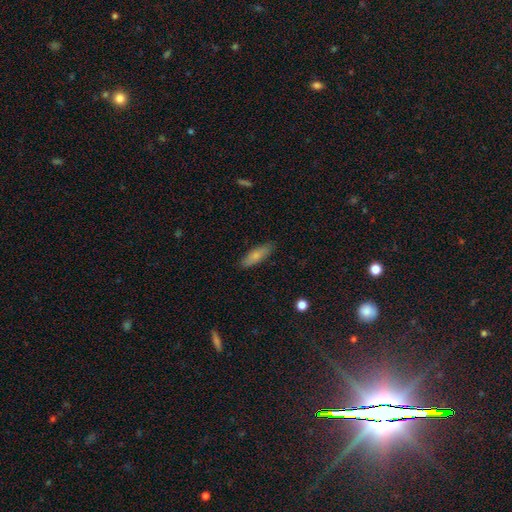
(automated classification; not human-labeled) Smooth or featured? smooth (78%)
How rounded? cigar-shaped (49%, tied with in between)
Merging? none (87%)